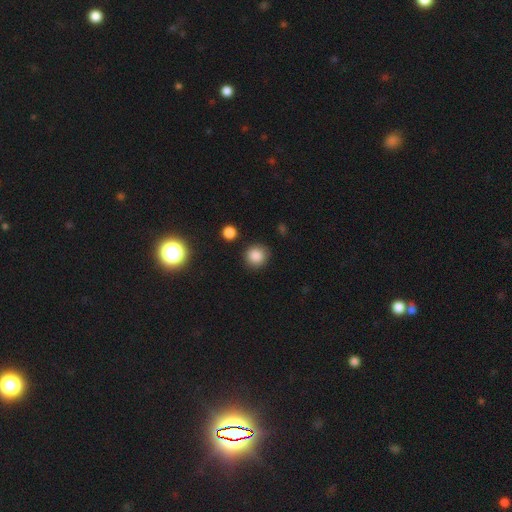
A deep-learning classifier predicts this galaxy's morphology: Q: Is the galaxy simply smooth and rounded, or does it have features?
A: smooth — 85%.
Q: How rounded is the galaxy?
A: round — 89%.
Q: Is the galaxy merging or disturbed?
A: none — 86%.